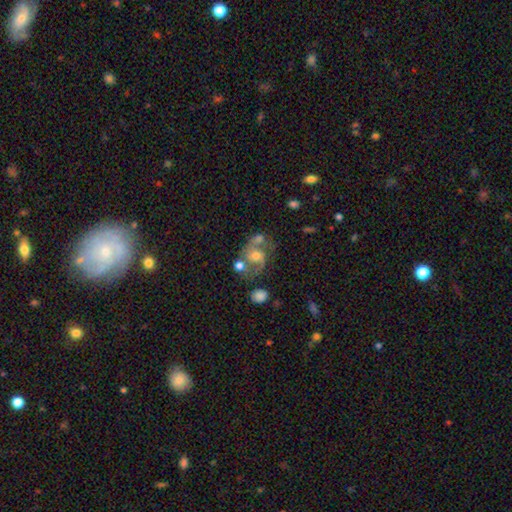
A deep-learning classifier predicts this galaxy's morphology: Q: Smooth or featured?
A: featured or disk (70%); runner-up: smooth (19%)
Q: Edge-on disk?
A: no (97%); runner-up: yes (3%)
Q: Bar?
A: no (61%); runner-up: weak (31%)
Q: Spiral arms?
A: yes (87%); runner-up: no (13%)
Q: Spiral winding?
A: medium (53%); runner-up: loose (27%)
Q: Spiral arm count?
A: 2 (84%); runner-up: can't tell (7%)
Q: Bulge size?
A: moderate (62%); runner-up: small (26%)
Q: Merging?
A: none (46%); runner-up: merger (26%)